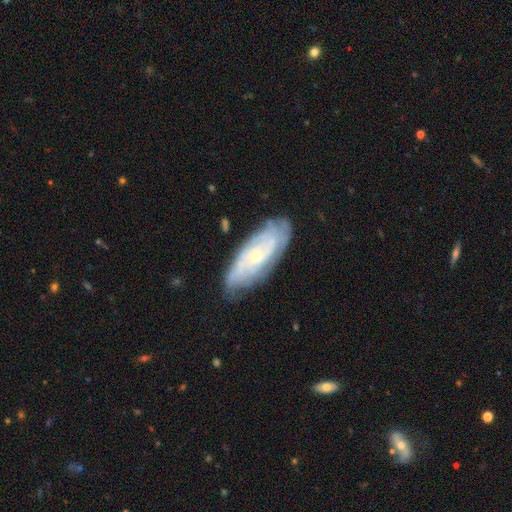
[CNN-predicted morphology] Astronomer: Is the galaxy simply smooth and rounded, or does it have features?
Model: featured or disk — 74%.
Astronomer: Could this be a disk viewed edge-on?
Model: no — 87%.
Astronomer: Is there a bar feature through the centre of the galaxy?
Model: no — 78%.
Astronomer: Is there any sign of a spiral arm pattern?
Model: yes — 84%.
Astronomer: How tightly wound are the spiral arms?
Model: tight — 69%.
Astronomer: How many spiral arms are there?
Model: can't tell — 57%.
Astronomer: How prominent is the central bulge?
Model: small — 74%.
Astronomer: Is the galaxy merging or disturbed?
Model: none — 76%.